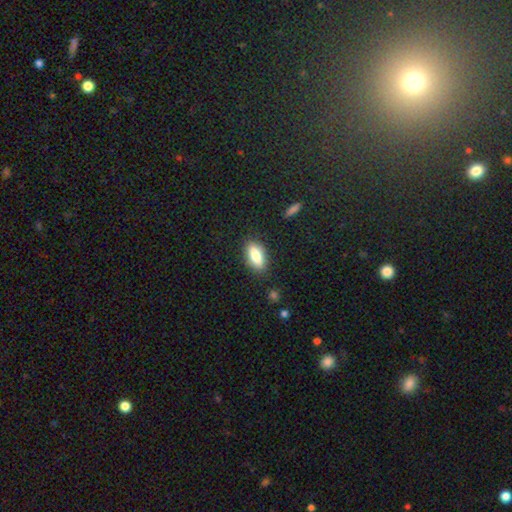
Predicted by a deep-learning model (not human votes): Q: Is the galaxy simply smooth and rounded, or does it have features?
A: smooth — 79%.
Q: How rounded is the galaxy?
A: in between — 79%.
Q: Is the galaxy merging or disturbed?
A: none — 85%.